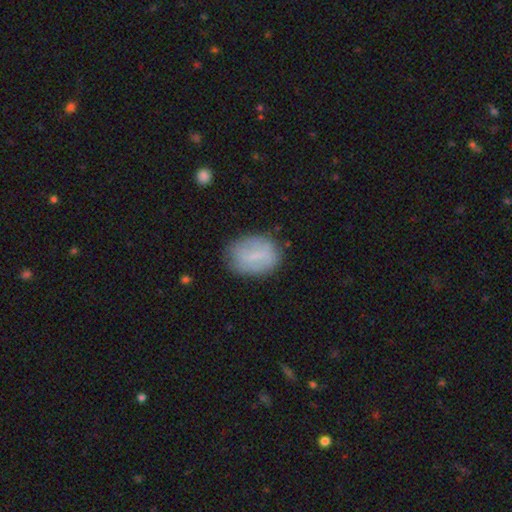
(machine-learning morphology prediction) type=smooth (53%); roundness=in between (74%); merging=none (74%).